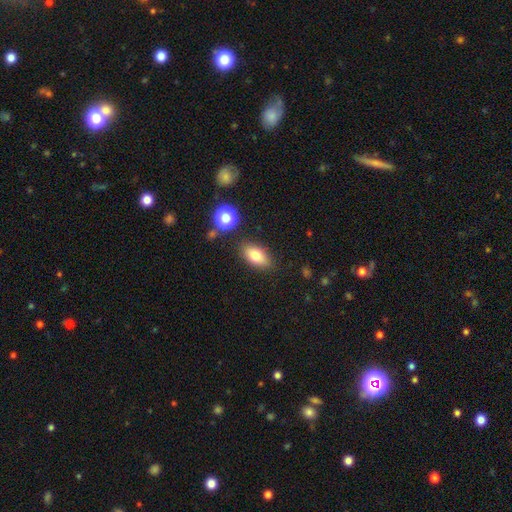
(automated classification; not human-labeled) Q: Smooth or featured?
A: smooth (76%); runner-up: featured or disk (14%)
Q: How rounded?
A: in between (86%); runner-up: round (8%)
Q: Merging?
A: none (83%); runner-up: minor disturbance (11%)